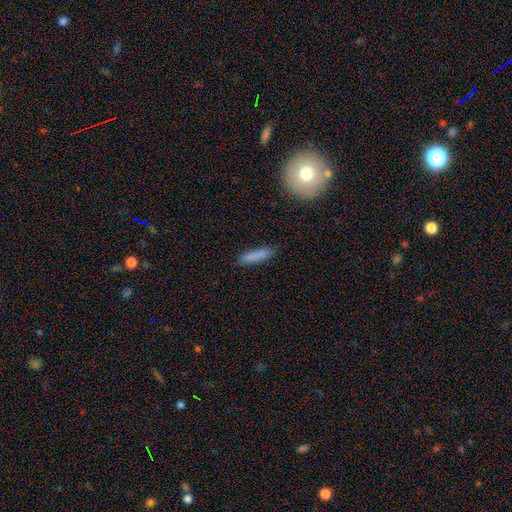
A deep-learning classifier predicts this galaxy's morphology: The model was most divided on "how rounded": cigar-shaped: 82%, in between: 16%, round: 2%. More confident: merging — none (87%); smooth or featured — smooth (84%).